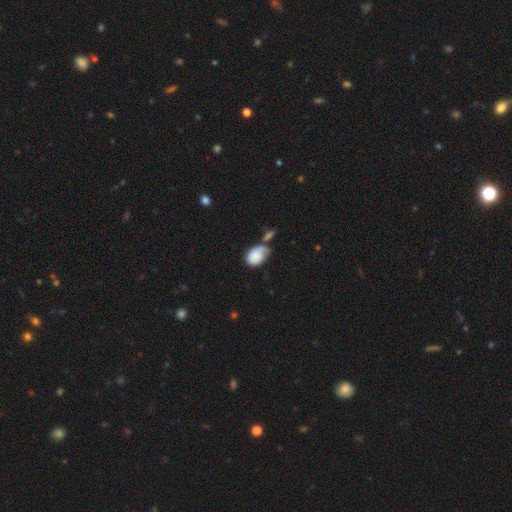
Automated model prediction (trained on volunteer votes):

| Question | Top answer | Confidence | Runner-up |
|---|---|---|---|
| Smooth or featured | smooth | 79% | featured or disk (15%) |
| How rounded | in between | 78% | round (21%) |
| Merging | none | 32% | merger (28%) |